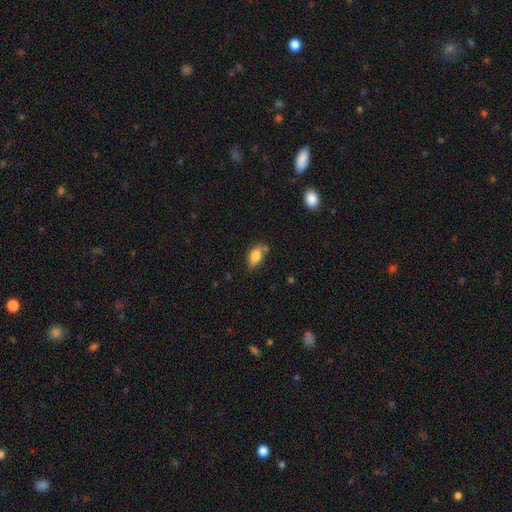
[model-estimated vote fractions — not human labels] This appears to be a smooth galaxy with no disk features (81%) that is in between round and cigar-shaped (87%). Merging: none (66%).